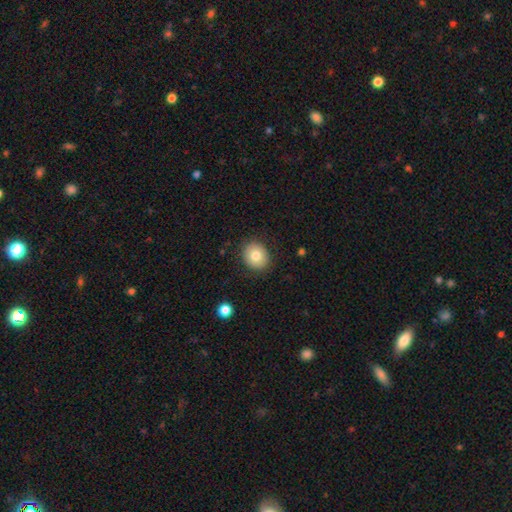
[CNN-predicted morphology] Q: Smooth or featured?
A: smooth (79%); runner-up: featured or disk (12%)
Q: How rounded?
A: round (68%); runner-up: in between (31%)
Q: Merging?
A: none (87%); runner-up: minor disturbance (9%)